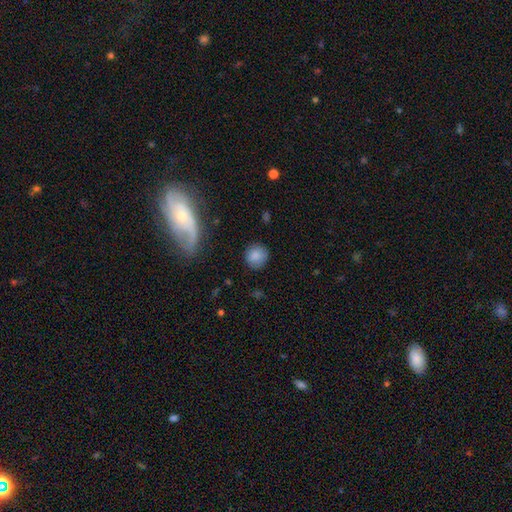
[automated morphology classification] A smooth galaxy with no disk features (84%) that is round (88%).

Vote fractions:
- Smooth or featured? smooth: 84% / star or artifact: 9% / featured or disk: 8%
- How rounded? round: 88% / in between: 11% / cigar-shaped: 1%
- Merging? none: 86% / minor disturbance: 9% / major disturbance: 3% / merger: 2%